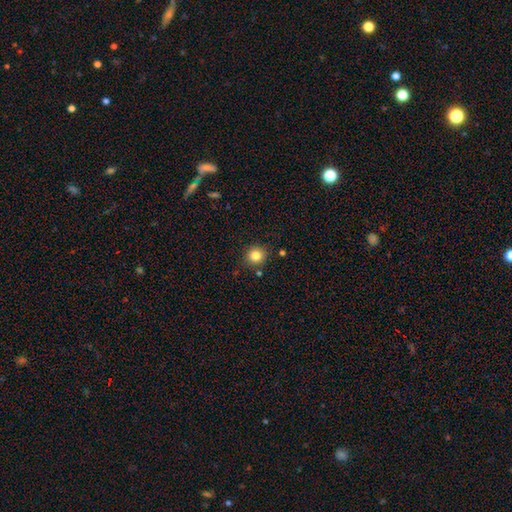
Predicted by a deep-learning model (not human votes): Morphology: type=smooth (83%); roundness=round (88%); merging=none (86%).